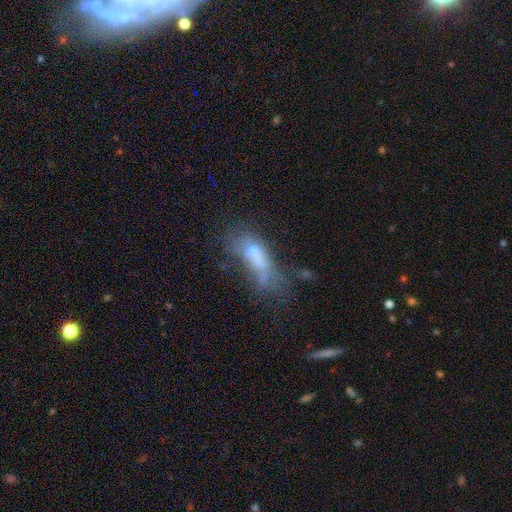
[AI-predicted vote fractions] smooth-or-featured: smooth: 48% | featured or disk: 37% | star or artifact: 16%
  merging: major disturbance: 38% | merger: 22% | none: 21% | minor disturbance: 19%